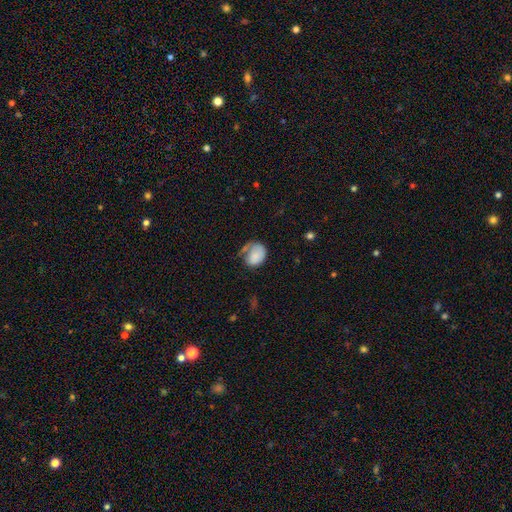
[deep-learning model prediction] A smooth galaxy with no disk features (69%) that is in between round and cigar-shaped (53%). Merging: none (34%).